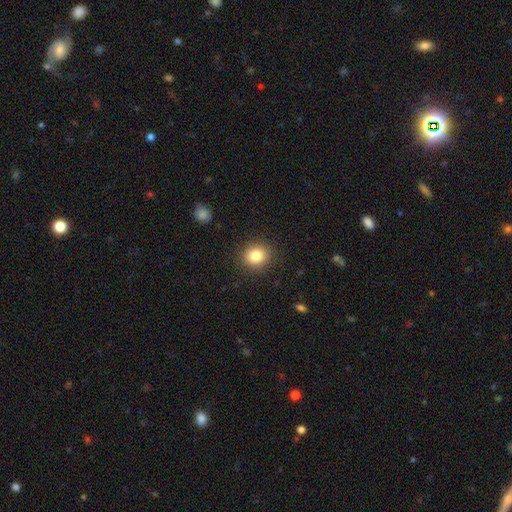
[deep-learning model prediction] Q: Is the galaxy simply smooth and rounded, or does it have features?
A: smooth — 82%.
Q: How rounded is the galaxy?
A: round — 74%.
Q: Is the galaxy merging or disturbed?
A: none — 89%.